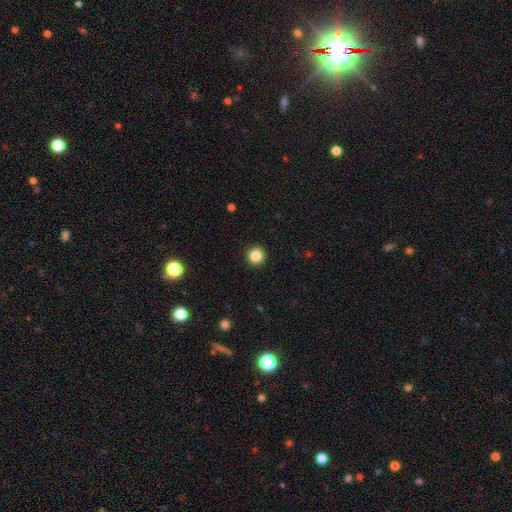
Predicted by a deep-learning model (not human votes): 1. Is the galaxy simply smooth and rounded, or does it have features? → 85% smooth, 11% star or artifact, 4% featured or disk.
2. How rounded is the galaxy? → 96% round, 4% in between, 1% cigar-shaped.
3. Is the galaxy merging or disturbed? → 93% none, 4% minor disturbance, 2% major disturbance, 1% merger.